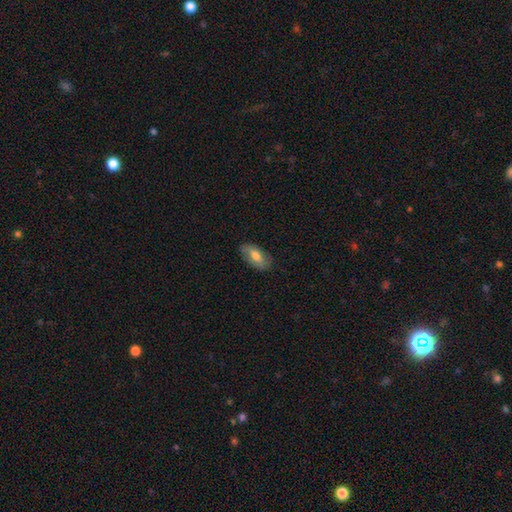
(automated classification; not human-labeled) The model was most divided on "smooth or featured": smooth: 66%, featured or disk: 27%, star or artifact: 7%. More confident: how rounded — in between (90%); merging — none (81%).